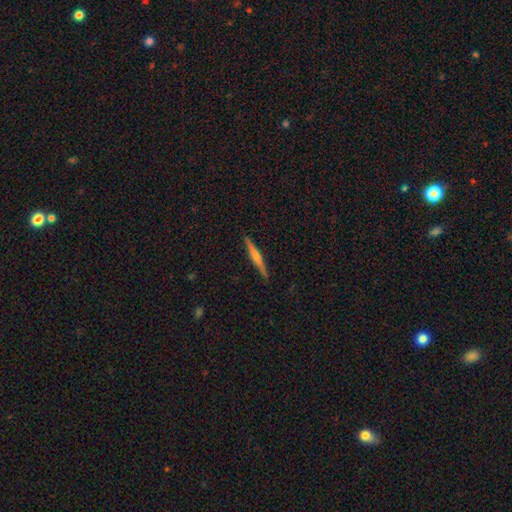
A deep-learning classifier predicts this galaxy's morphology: type=featured or disk (64%); edge-on=yes (98%); edge-on bulge=rounded (59%); merging=none (91%).